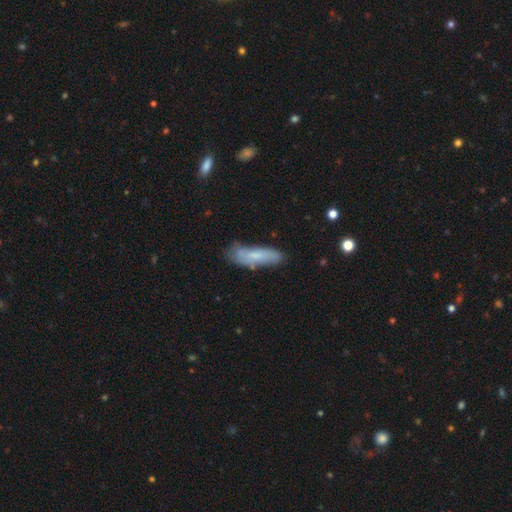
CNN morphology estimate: type=smooth (66%); roundness=cigar-shaped (54%); merging=none (61%).